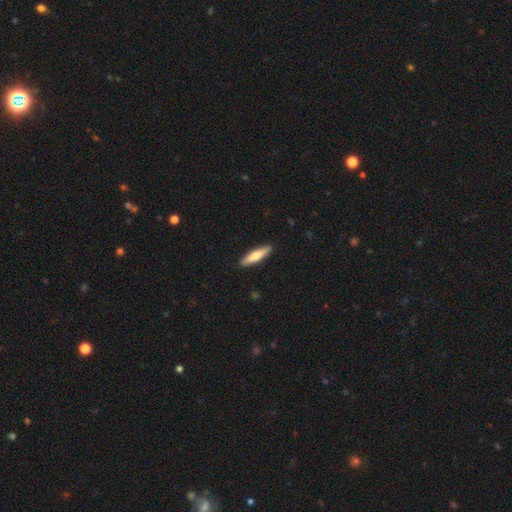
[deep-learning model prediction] Smooth or featured? Predicted: smooth (p=0.67). How rounded? Predicted: cigar-shaped (p=0.78). Merging? Predicted: none (p=0.91).